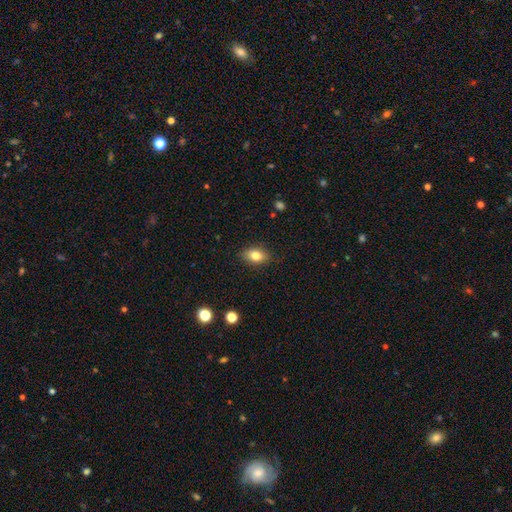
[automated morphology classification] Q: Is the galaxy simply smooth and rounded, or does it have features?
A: smooth — 80%.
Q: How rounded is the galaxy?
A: in between — 84%.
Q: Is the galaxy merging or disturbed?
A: none — 86%.